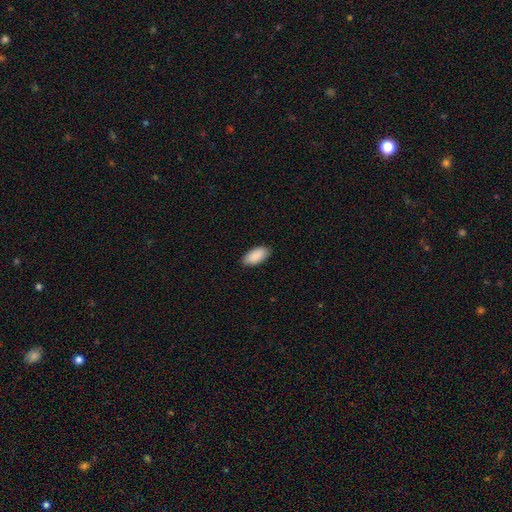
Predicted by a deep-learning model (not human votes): smooth-or-featured: smooth: 91% | star or artifact: 6% | featured or disk: 3%
  how-rounded: in between: 94% | cigar-shaped: 4% | round: 2%
  merging: none: 88% | minor disturbance: 9% | major disturbance: 2% | merger: 1%